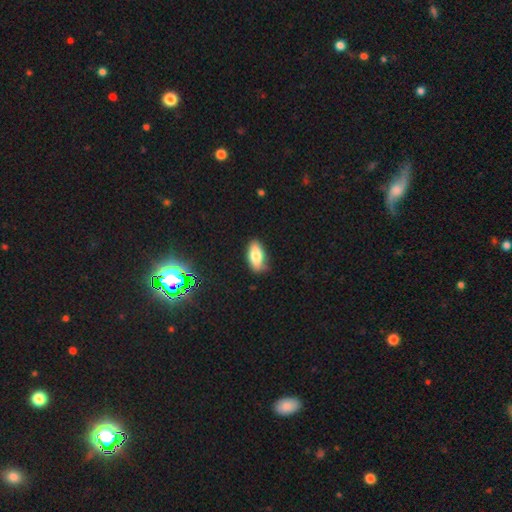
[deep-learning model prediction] A smooth galaxy with no disk features (77%) that is in between round and cigar-shaped (88%).

Vote fractions:
- Smooth or featured? smooth: 77% / featured or disk: 15% / star or artifact: 8%
- How rounded? in between: 88% / cigar-shaped: 9% / round: 3%
- Merging? none: 78% / minor disturbance: 17% / major disturbance: 3% / merger: 2%